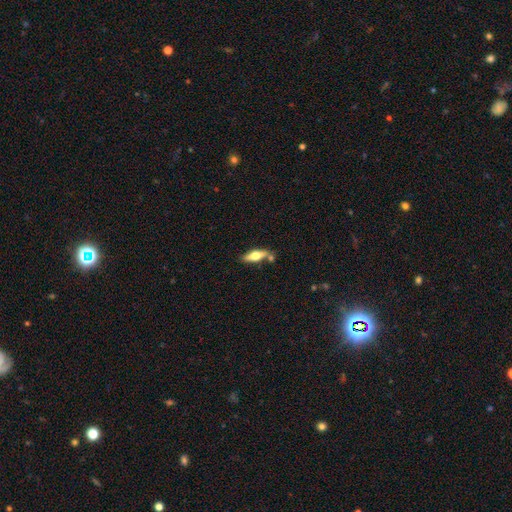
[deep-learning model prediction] smooth-or-featured: smooth: 53% | featured or disk: 41% | star or artifact: 6%
  how-rounded: in between: 52% | cigar-shaped: 45% | round: 3%
  merging: none: 66% | minor disturbance: 15% | merger: 14% | major disturbance: 4%